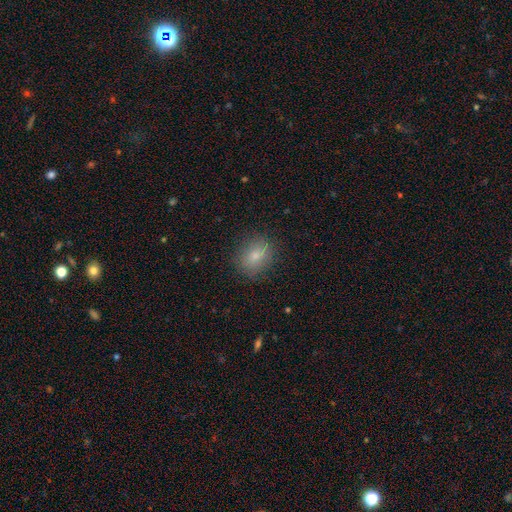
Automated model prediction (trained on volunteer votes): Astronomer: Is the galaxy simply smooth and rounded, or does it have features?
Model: smooth — 78%.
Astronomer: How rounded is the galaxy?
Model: round — 55% (runner-up: in between, 44%).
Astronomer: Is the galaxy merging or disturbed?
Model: none — 84%.